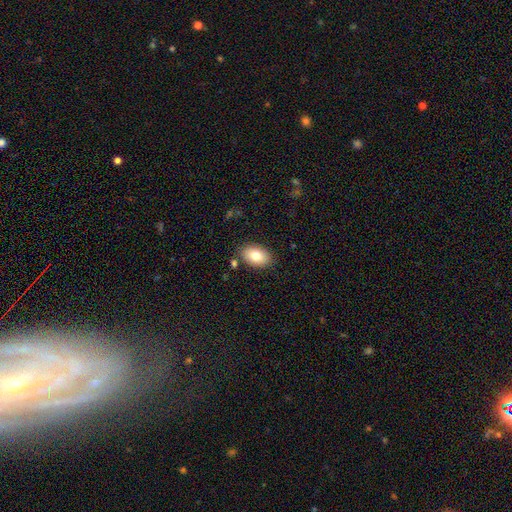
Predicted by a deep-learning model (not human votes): Smooth or featured? Predicted: smooth (p=0.79). How rounded? Predicted: in between (p=0.88). Merging? Predicted: none (p=0.84).